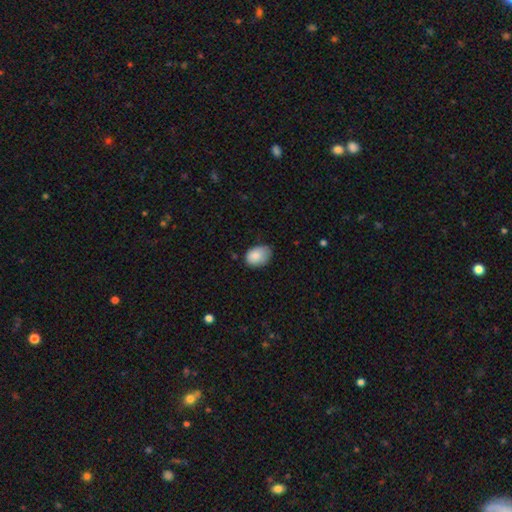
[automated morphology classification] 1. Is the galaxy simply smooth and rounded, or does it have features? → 85% smooth, 7% star or artifact, 7% featured or disk.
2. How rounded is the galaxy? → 78% in between, 21% round, 1% cigar-shaped.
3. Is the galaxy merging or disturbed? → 54% none, 37% minor disturbance, 7% major disturbance, 2% merger.